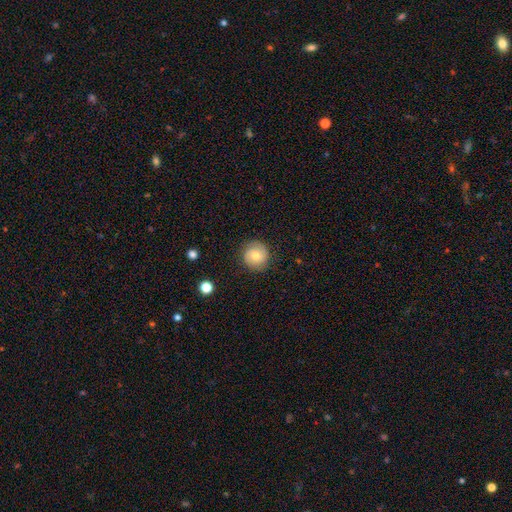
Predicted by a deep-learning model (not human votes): The model was most divided on "smooth or featured": smooth: 61%, featured or disk: 30%, star or artifact: 9%. More confident: how rounded — round (93%); merging — none (83%).